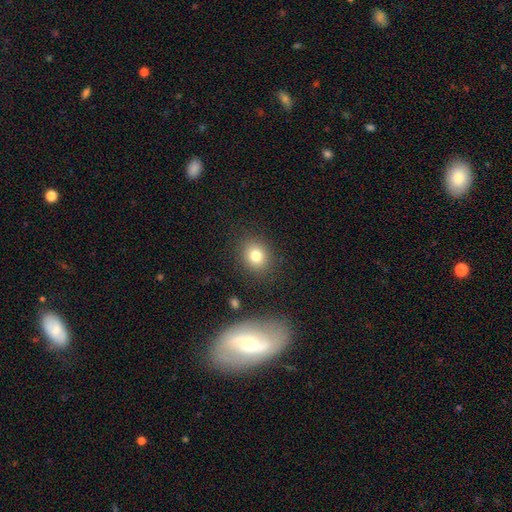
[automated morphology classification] This appears to be a smooth galaxy with no disk features (80%) that is round (70%). Merging: none (86%).